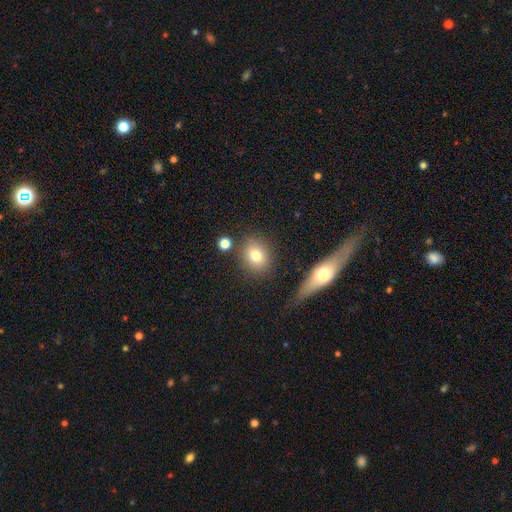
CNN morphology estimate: Smooth or featured: smooth — 79% (featured or disk — 11%)
How rounded: round — 68% (in between — 30%)
Merging: none — 80% (minor disturbance — 11%)